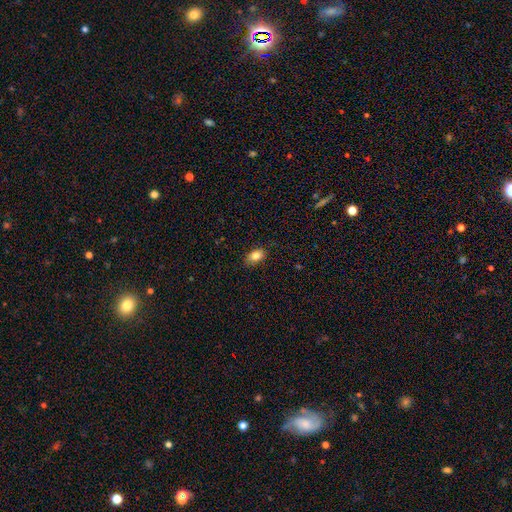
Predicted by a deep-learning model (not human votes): Smooth or featured? smooth (84%)
How rounded? in between (84%)
Merging? none (82%)